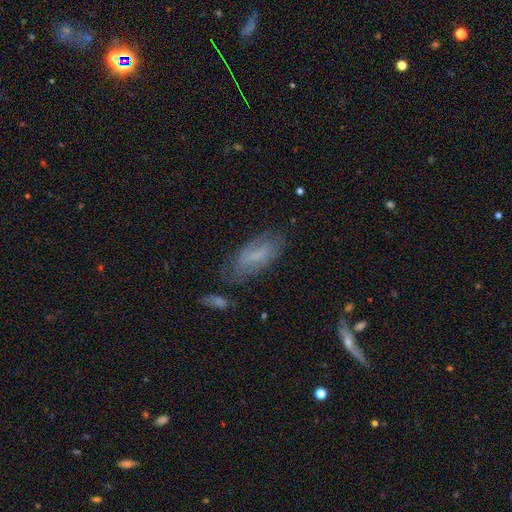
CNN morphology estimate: Overall: smooth (55%; featured or disk 36%). How rounded: in between (75%). Merging: none (63%; minor disturbance 23%).